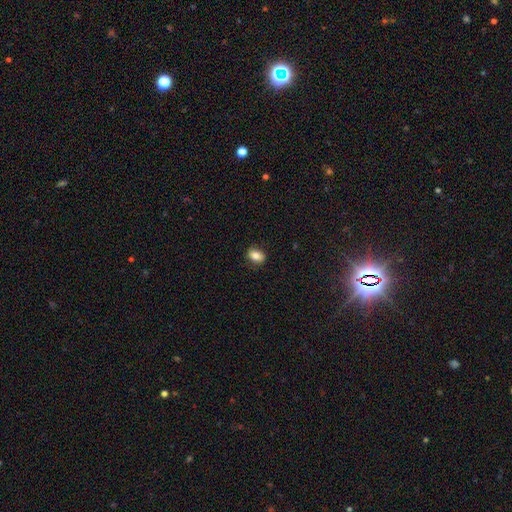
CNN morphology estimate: Smooth or featured?
  - smooth: 83% *
  - star or artifact: 9%
  - featured or disk: 8%
How rounded?
  - in between: 76% *
  - round: 22%
  - cigar-shaped: 2%
Merging?
  - none: 86% *
  - minor disturbance: 11%
  - major disturbance: 2%
  - merger: 1%